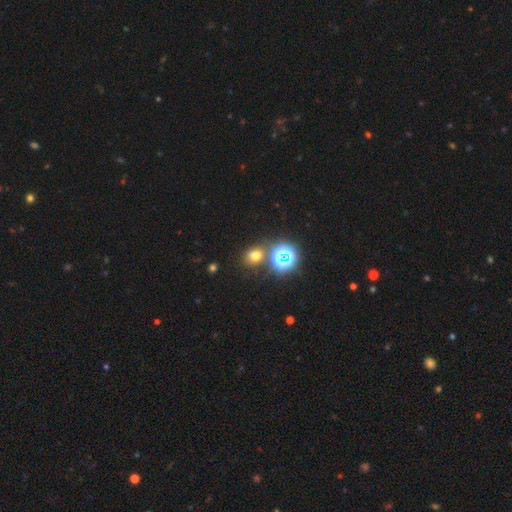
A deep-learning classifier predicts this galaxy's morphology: A smooth galaxy with no disk features (61%) that is round (58%). Merging: none (73%).